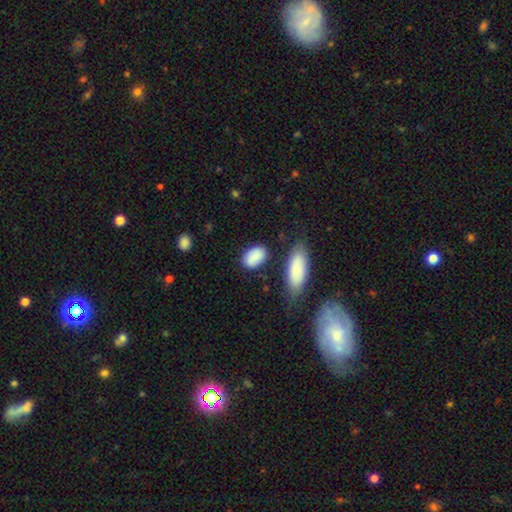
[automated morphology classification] This appears to be a smooth galaxy with no disk features (85%) that is in between round and cigar-shaped (88%). Merging: none (72%).